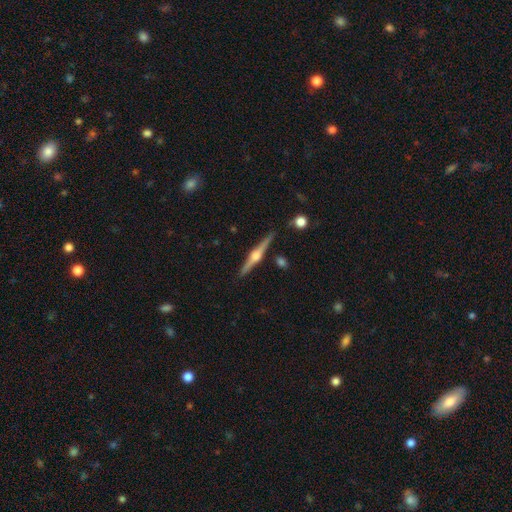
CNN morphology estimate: The model was most divided on "smooth or featured": featured or disk: 82%, smooth: 13%, star or artifact: 5%. More confident: edge-on disk — yes (98%); edge-on bulge — rounded (94%); merging — none (88%).